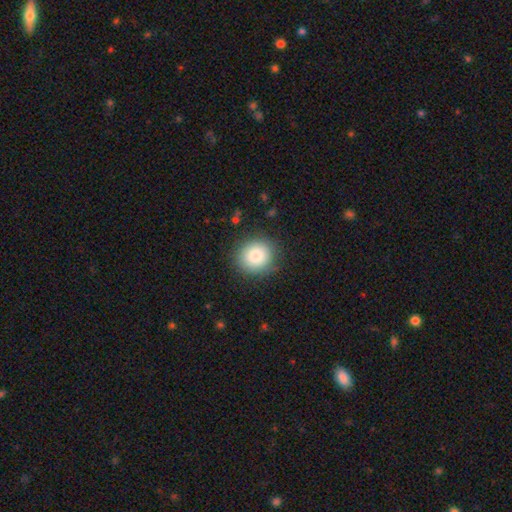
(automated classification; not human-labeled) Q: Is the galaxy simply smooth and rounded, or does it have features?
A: smooth — 83%.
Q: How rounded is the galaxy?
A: round — 87%.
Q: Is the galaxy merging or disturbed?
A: none — 86%.